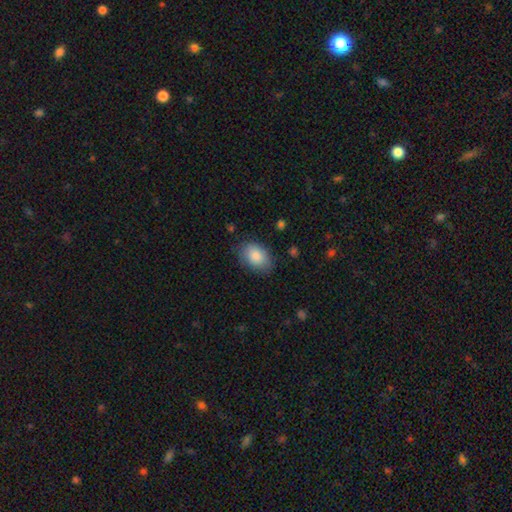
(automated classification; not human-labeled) This appears to be a smooth galaxy with no disk features (86%) that is in between round and cigar-shaped (83%). Merging: none (77%).